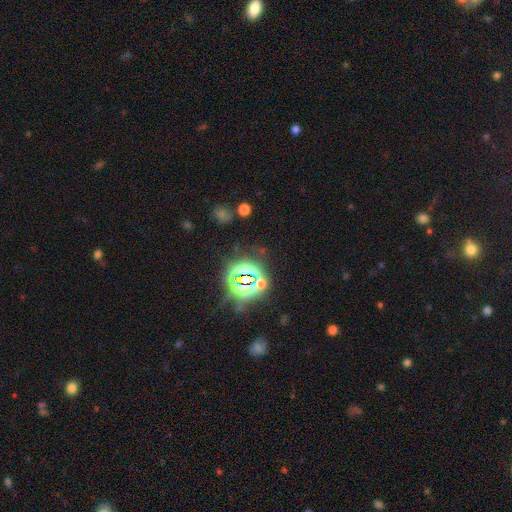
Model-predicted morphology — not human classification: Smooth or featured?
  - star or artifact: 81% *
  - smooth: 13%
  - featured or disk: 7%